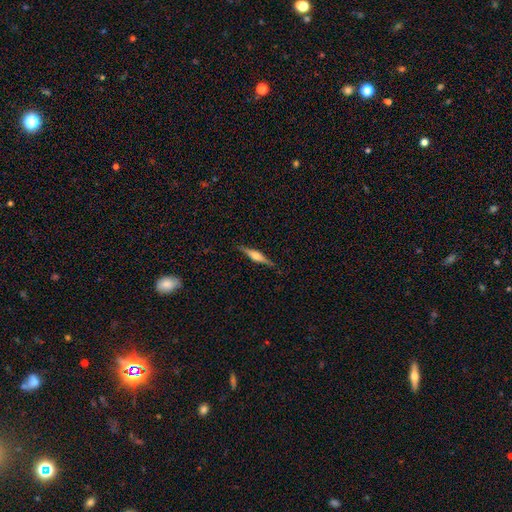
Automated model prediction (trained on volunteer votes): Smooth or featured?
  - featured or disk: 69% *
  - smooth: 24%
  - star or artifact: 6%
Edge-on disk?
  - yes: 98% *
  - no: 2%
Edge-on bulge?
  - rounded: 81% *
  - boxy: 15%
  - none: 4%
Merging?
  - none: 88% *
  - minor disturbance: 9%
  - major disturbance: 2%
  - merger: 1%